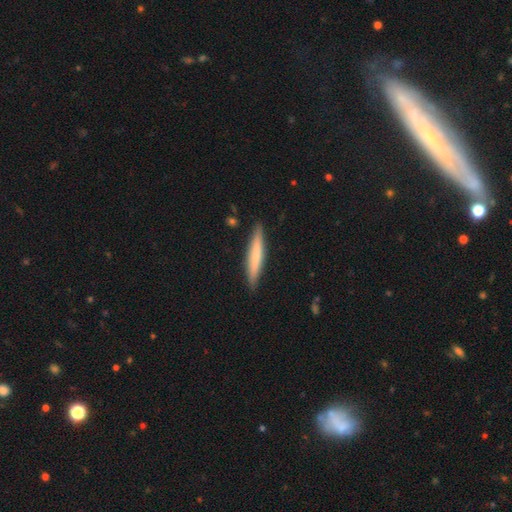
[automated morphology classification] Overall: smooth (66%; featured or disk 29%). How rounded: cigar-shaped (93%). Merging: none (89%).